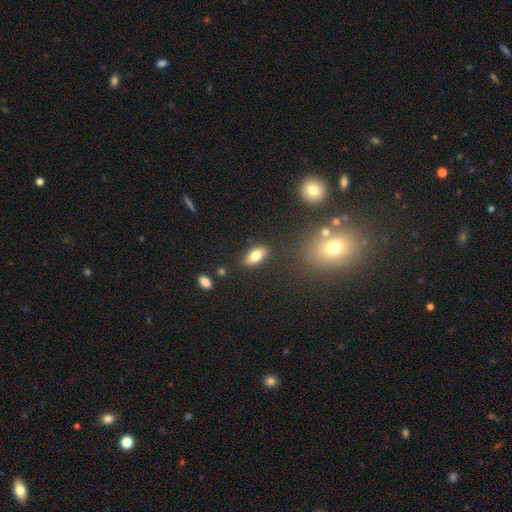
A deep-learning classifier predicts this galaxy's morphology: Overall: smooth (78%). How rounded: in between (87%). Merging: none (85%).